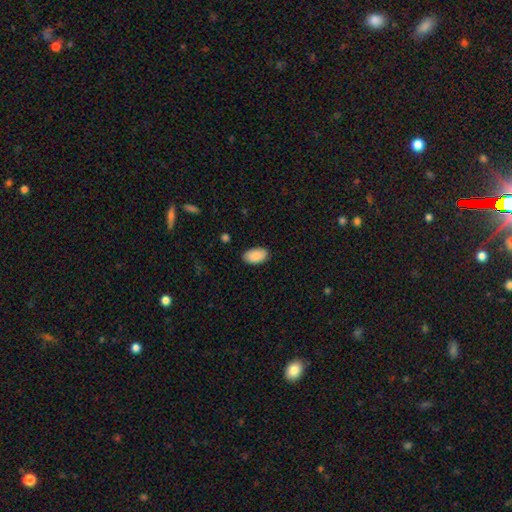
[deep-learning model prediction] A smooth galaxy with no disk features (90%) that is in between round and cigar-shaped (95%). Merging: none (87%).